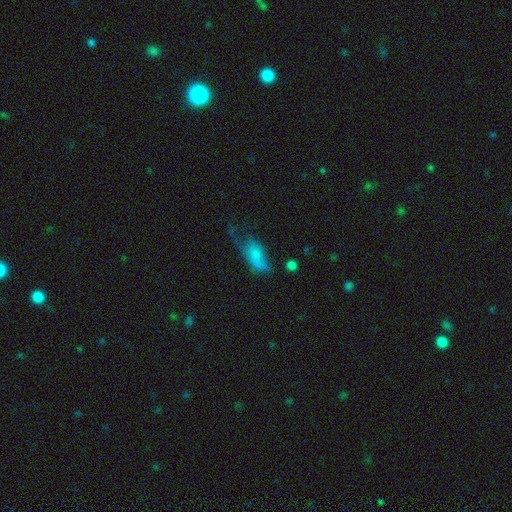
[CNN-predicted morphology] This is likely a smooth galaxy (66%). How rounded: clearly in between (86%). Merging: possibly major disturbance (45%).